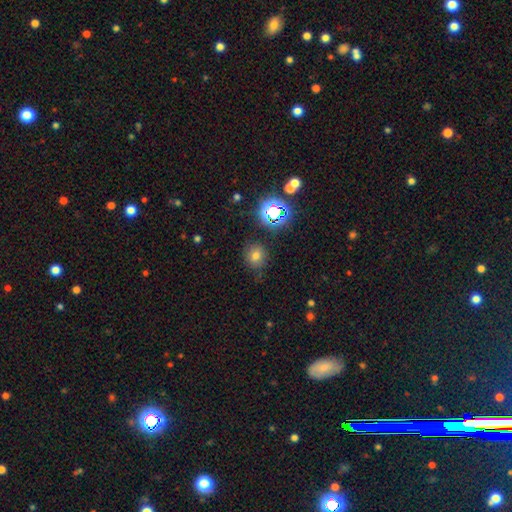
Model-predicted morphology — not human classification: smooth_or_featured: smooth (p=0.68) [alt: star or artifact p=0.22]
how_rounded: round (p=0.83) [alt: in between p=0.16]
merging: none (p=0.81) [alt: minor disturbance p=0.13]